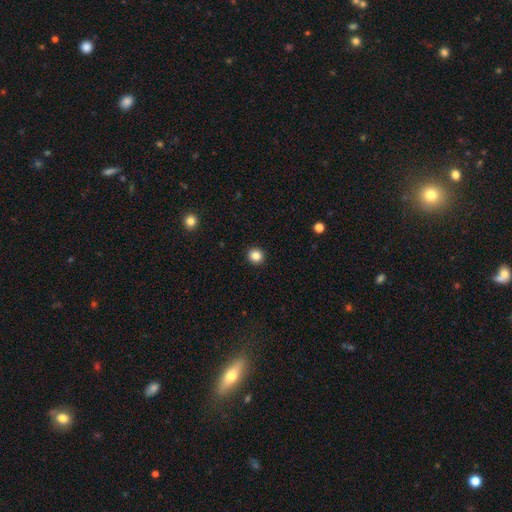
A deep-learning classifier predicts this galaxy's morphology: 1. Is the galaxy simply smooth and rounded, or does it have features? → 85% smooth, 11% star or artifact, 5% featured or disk.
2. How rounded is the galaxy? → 91% round, 8% in between, 1% cigar-shaped.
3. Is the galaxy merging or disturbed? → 93% none, 4% minor disturbance, 2% major disturbance, 1% merger.